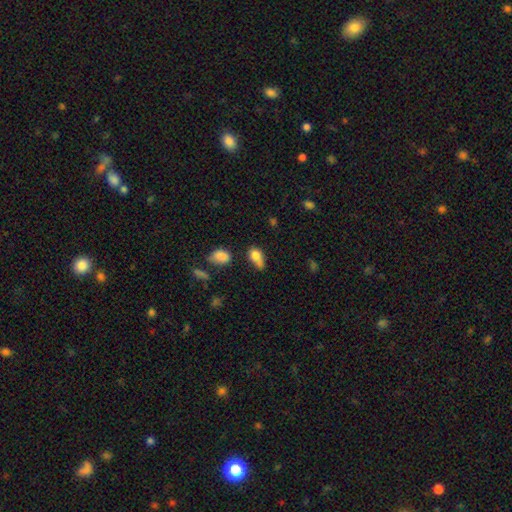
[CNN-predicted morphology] smooth_or_featured: smooth (p=0.79) [alt: featured or disk p=0.11]
how_rounded: in between (p=0.65) [alt: round p=0.32]
merging: none (p=0.32) [alt: merger p=0.27]